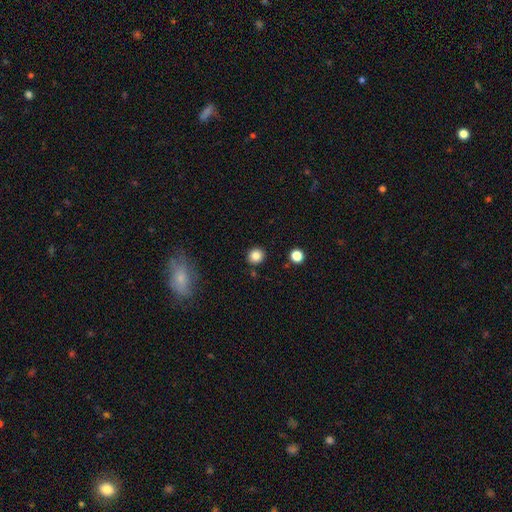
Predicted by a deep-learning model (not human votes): This appears to be a smooth galaxy with no disk features (84%) that is round (89%). Merging: none (89%).